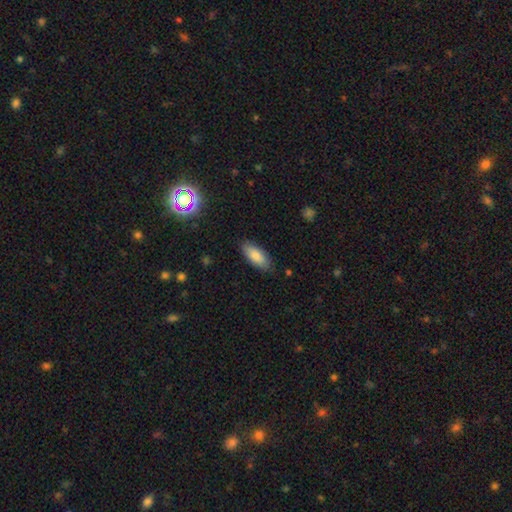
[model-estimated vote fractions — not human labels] The model was most divided on "how rounded": in between: 82%, cigar-shaped: 16%, round: 2%. More confident: smooth or featured — smooth (83%); merging — none (82%).